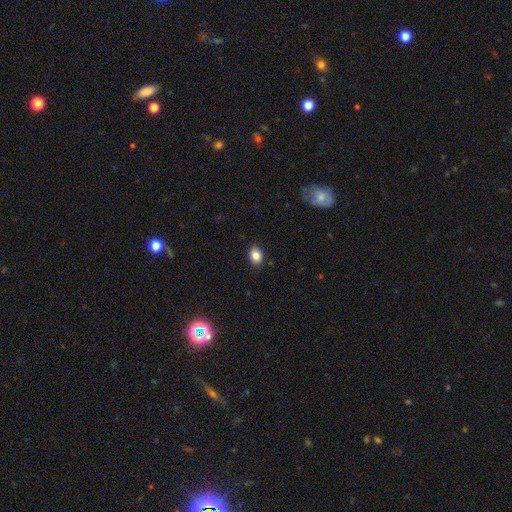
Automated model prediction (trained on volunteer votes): smooth_or_featured: smooth (p=0.84) [alt: star or artifact p=0.10]
how_rounded: in between (p=0.64) [alt: round p=0.35]
merging: none (p=0.87) [alt: minor disturbance p=0.10]